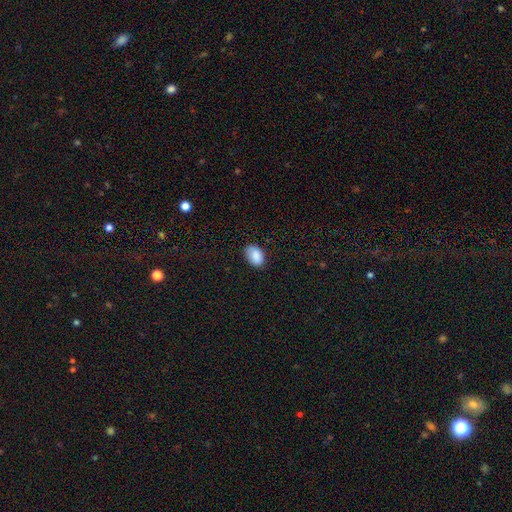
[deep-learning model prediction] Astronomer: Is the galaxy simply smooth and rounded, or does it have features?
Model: smooth — 89%.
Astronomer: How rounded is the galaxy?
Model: in between — 87%.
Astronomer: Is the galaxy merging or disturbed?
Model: none — 81%.